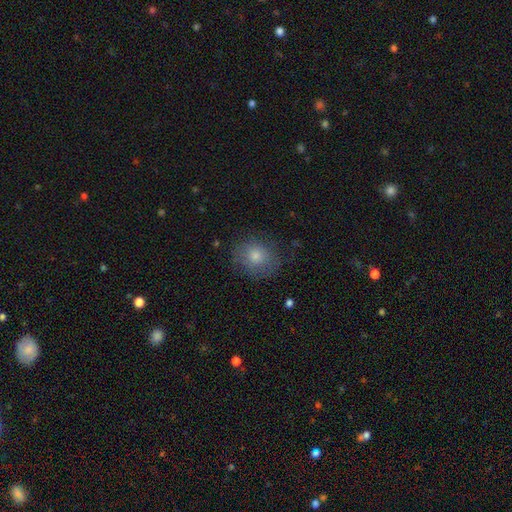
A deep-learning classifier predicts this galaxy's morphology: Q: Smooth or featured?
A: smooth (73%); runner-up: featured or disk (14%)
Q: How rounded?
A: round (72%); runner-up: in between (27%)
Q: Merging?
A: none (78%); runner-up: minor disturbance (15%)